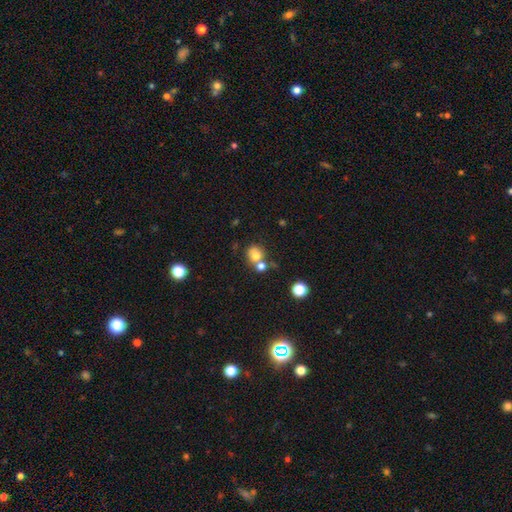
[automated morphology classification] This appears to be a smooth galaxy with no disk features (71%) that is round (77%). Merging: merger (43%).